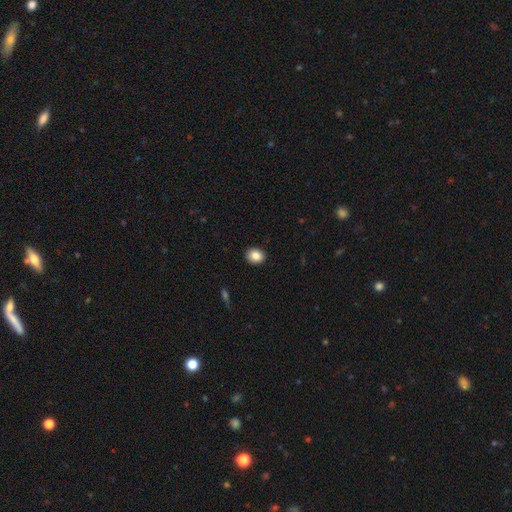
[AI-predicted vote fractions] Smooth or featured: smooth — 85% (star or artifact — 9%)
How rounded: round — 62% (in between — 37%)
Merging: none — 91% (minor disturbance — 6%)